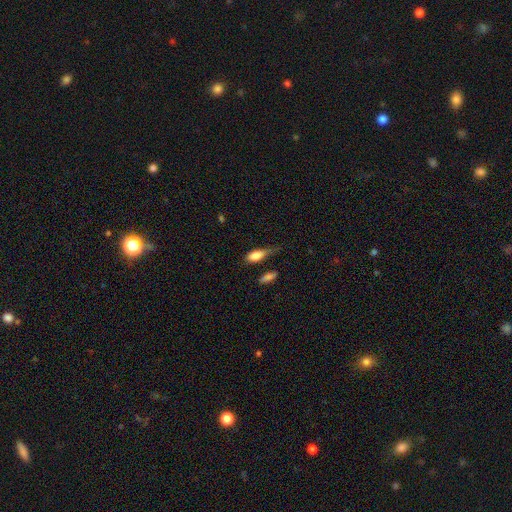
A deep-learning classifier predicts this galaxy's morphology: A smooth galaxy with no disk features (80%) that is in between round and cigar-shaped (77%). Merging: none (37%).